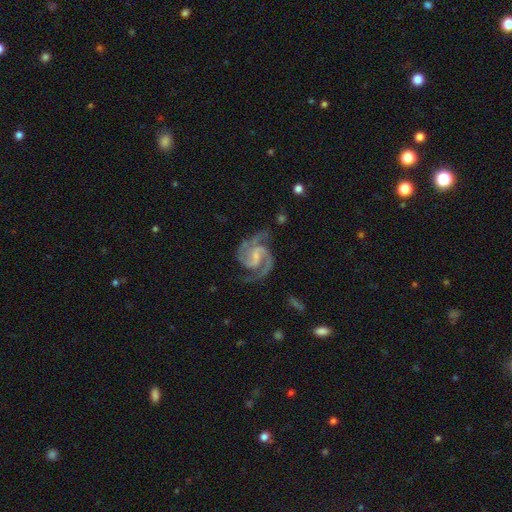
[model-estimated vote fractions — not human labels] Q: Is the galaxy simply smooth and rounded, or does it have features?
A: featured or disk — 94%.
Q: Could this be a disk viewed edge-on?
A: no — 98%.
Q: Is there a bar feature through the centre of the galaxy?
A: weak — 51%.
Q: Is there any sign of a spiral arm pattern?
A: yes — 99%.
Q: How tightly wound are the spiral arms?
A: medium — 62%.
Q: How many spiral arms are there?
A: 2 — 84%.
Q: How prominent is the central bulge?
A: small — 64%.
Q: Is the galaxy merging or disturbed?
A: none — 72%.